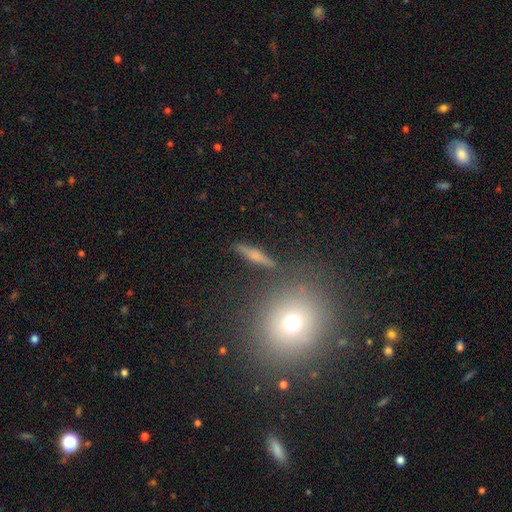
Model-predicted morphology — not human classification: Smooth or featured: featured or disk — 46% (smooth — 43%)
Merging: none — 84% (minor disturbance — 9%)